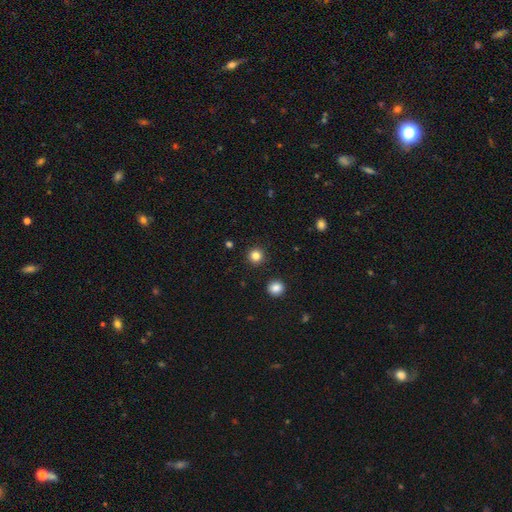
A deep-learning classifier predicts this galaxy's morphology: Smooth or featured?
  - smooth: 83% *
  - star or artifact: 12%
  - featured or disk: 4%
How rounded?
  - round: 95% *
  - in between: 4%
  - cigar-shaped: 1%
Merging?
  - none: 92% *
  - minor disturbance: 5%
  - major disturbance: 2%
  - merger: 2%